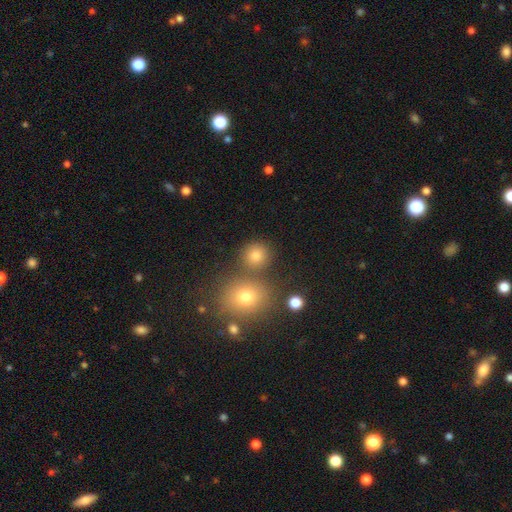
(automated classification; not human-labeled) This appears to be a smooth galaxy with no disk features (79%) that is round (86%). Merging: none (72%).